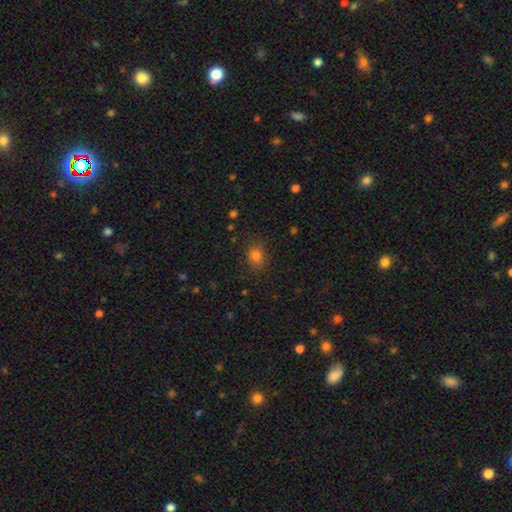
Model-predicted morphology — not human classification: smooth-or-featured: smooth: 78% | star or artifact: 15% | featured or disk: 6%
  how-rounded: round: 56% | in between: 43% | cigar-shaped: 1%
  merging: none: 79% | minor disturbance: 15% | major disturbance: 5% | merger: 2%